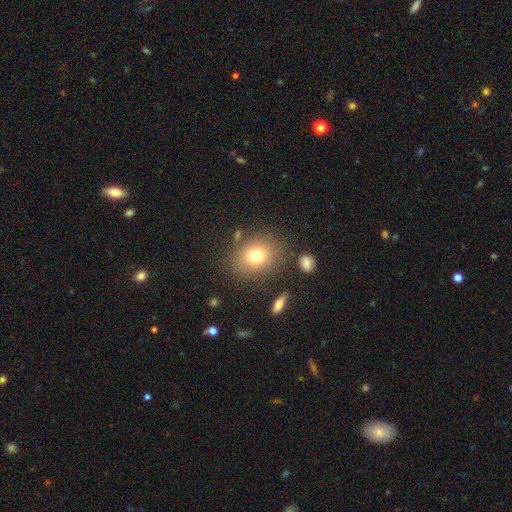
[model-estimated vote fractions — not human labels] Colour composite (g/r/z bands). It shows a smooth galaxy with no disk features (75%) that is round (62%). Merging: none (80%).